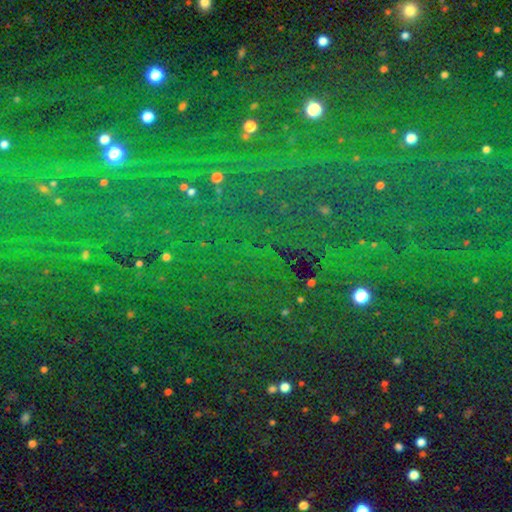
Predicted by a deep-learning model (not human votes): Q: Smooth or featured?
A: star or artifact (84%); runner-up: smooth (10%)